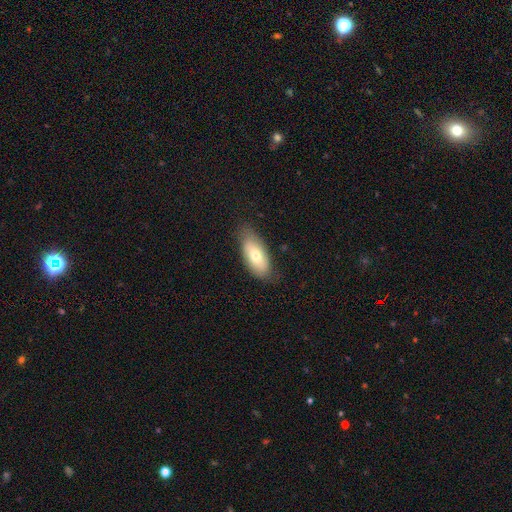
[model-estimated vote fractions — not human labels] smooth-or-featured: smooth: 69% | featured or disk: 25% | star or artifact: 7%
  how-rounded: in between: 87% | cigar-shaped: 10% | round: 3%
  merging: none: 74% | minor disturbance: 20% | major disturbance: 4% | merger: 1%